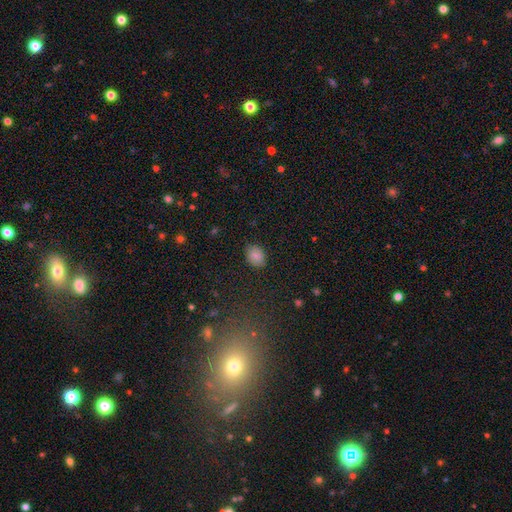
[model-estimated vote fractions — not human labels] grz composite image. It shows a smooth galaxy with no disk features (84%) that is in between round and cigar-shaped (66%). Merging: none (87%).